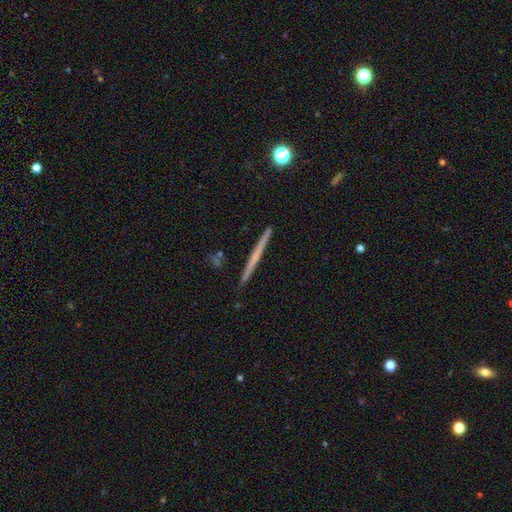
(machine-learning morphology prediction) smooth-or-featured: featured or disk: 55% | smooth: 38% | star or artifact: 6%
  disk-edge-on: yes: 98% | no: 2%
    edge-on-bulge: none: 83% | rounded: 13% | boxy: 4%
  merging: none: 92% | minor disturbance: 5% | merger: 1% | major disturbance: 1%